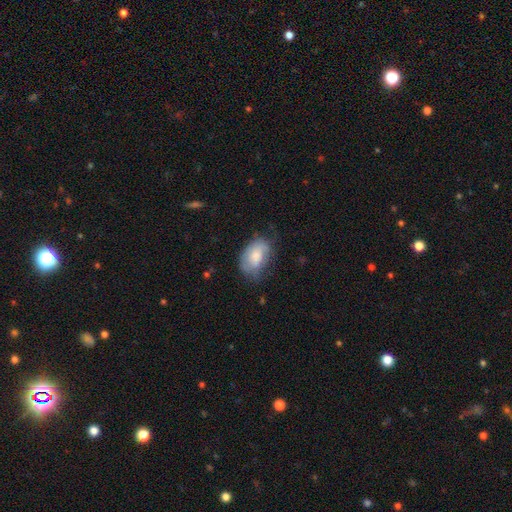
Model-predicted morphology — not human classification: Overall: smooth (73%). How rounded: in between (90%). Merging: none (55%; minor disturbance 32%).